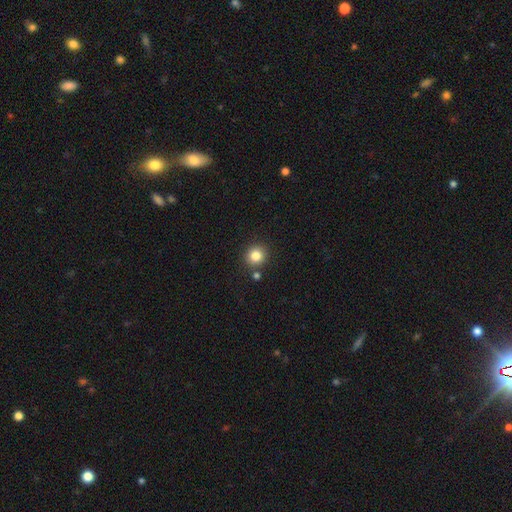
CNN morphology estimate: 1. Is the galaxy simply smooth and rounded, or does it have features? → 83% smooth, 11% star or artifact, 6% featured or disk.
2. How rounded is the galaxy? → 89% round, 10% in between, 1% cigar-shaped.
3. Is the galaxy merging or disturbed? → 84% none, 7% minor disturbance, 7% merger, 2% major disturbance.